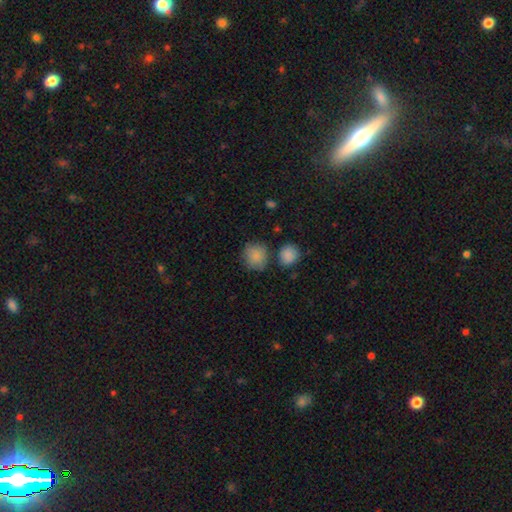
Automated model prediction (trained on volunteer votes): smooth-or-featured: smooth: 87% | star or artifact: 8% | featured or disk: 5%
  how-rounded: round: 82% | in between: 17% | cigar-shaped: 1%
  merging: none: 68% | minor disturbance: 15% | merger: 13% | major disturbance: 5%